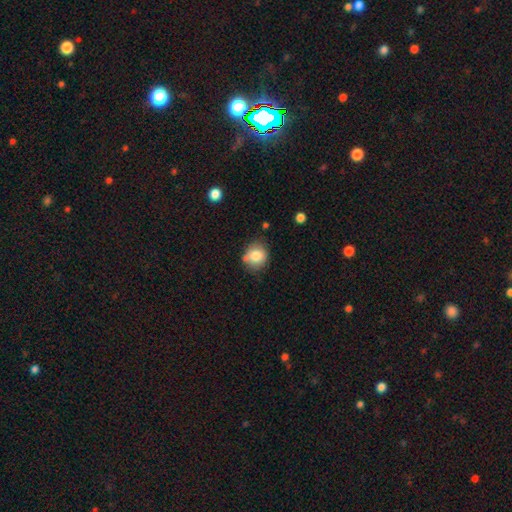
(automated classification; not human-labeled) Smooth or featured? Predicted: smooth (p=0.80). How rounded? Predicted: round (p=0.76). Merging? Predicted: none (p=0.71).